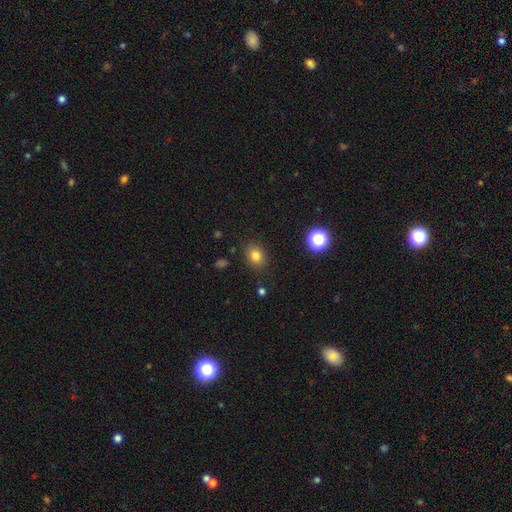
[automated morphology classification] Smooth or featured?
  - smooth: 80% *
  - star or artifact: 13%
  - featured or disk: 7%
How rounded?
  - in between: 50% *
  - round: 49%
  - cigar-shaped: 1%
Merging?
  - none: 85% *
  - minor disturbance: 10%
  - major disturbance: 3%
  - merger: 2%